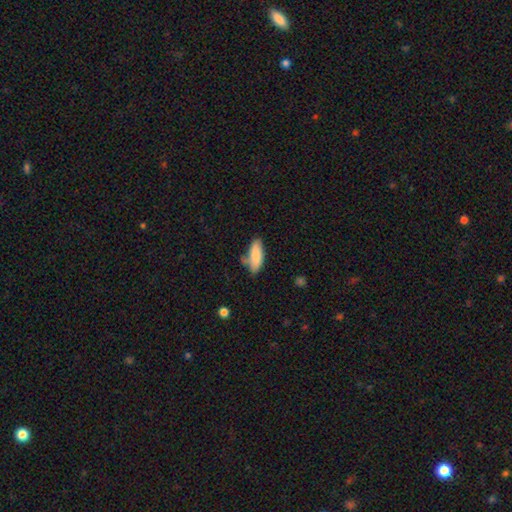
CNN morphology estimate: This appears to be a smooth galaxy with no disk features (81%) that is in between round and cigar-shaped (70%). Merging: none (56%).